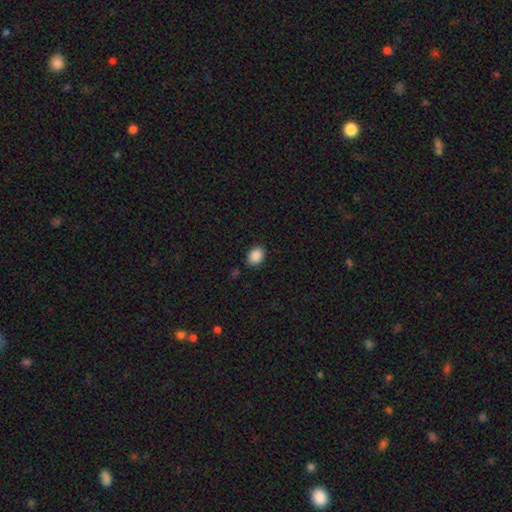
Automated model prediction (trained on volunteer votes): Smooth or featured: smooth — 89% (star or artifact — 8%)
How rounded: in between — 72% (round — 27%)
Merging: none — 86% (minor disturbance — 10%)